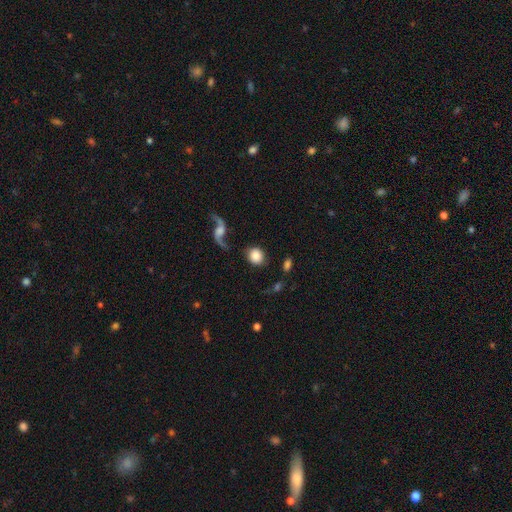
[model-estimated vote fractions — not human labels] Morphology: type=smooth (73%); roundness=round (80%); merging=none (77%).